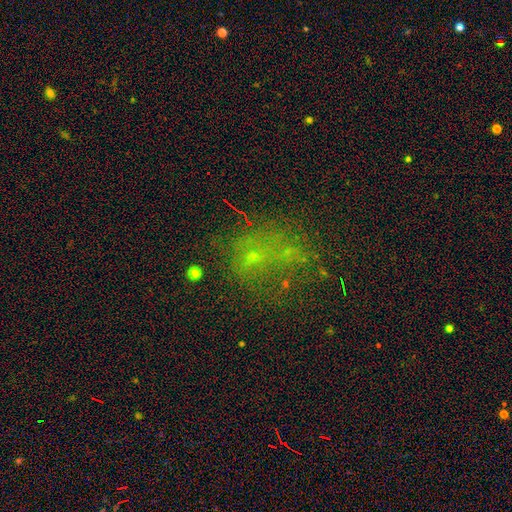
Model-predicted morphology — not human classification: Smooth or featured?
  - star or artifact: 37% *
  - smooth: 35%
  - featured or disk: 28%